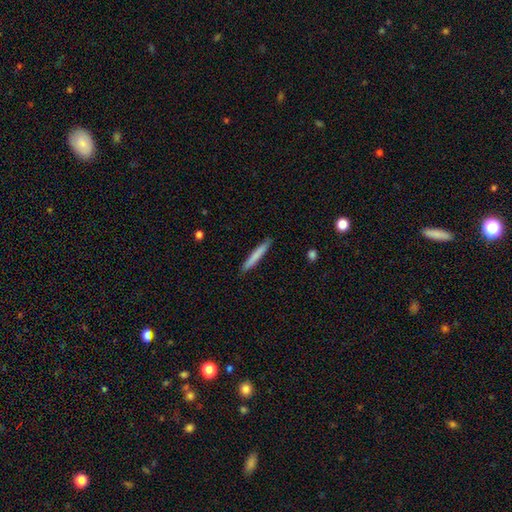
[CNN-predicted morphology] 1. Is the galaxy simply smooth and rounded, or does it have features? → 74% smooth, 20% featured or disk, 6% star or artifact.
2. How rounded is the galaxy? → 96% cigar-shaped, 3% in between, 1% round.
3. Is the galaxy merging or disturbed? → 90% none, 8% minor disturbance, 1% major disturbance, 1% merger.